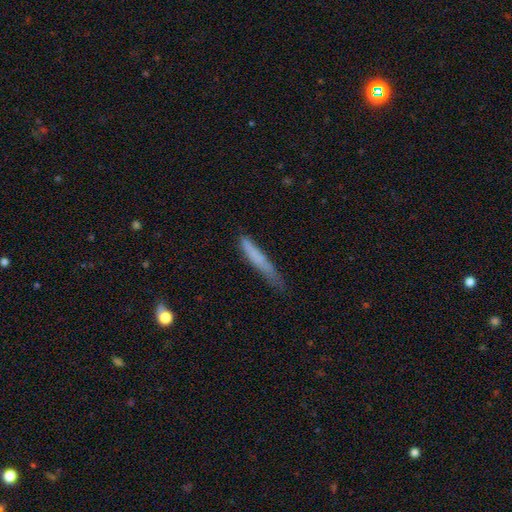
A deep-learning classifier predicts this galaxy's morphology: type=smooth (70%); roundness=cigar-shaped (94%); merging=none (58%).